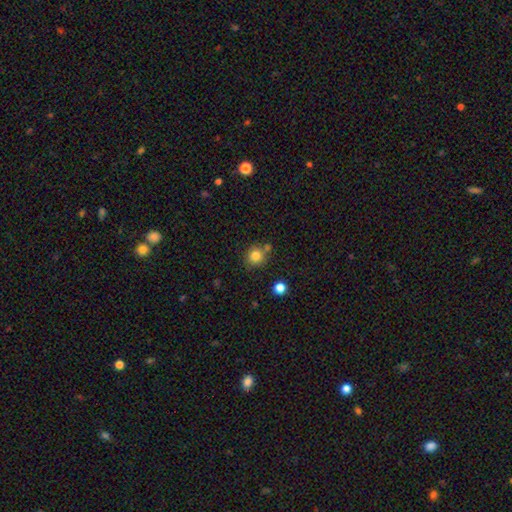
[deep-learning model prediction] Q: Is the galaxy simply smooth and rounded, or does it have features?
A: smooth — 82%.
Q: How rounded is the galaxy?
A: round — 87%.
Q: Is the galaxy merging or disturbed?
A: none — 69%.